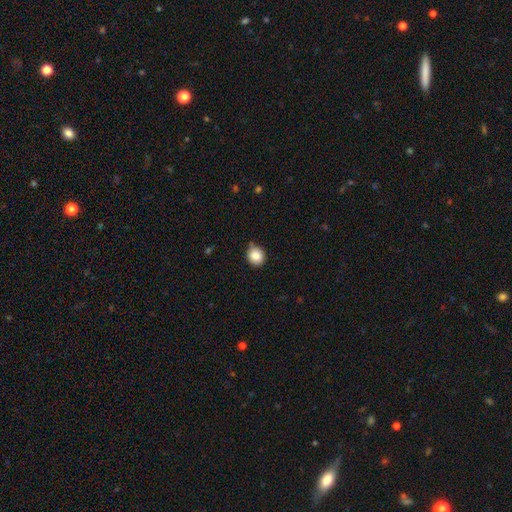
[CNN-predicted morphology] Smooth or featured? smooth (85%)
How rounded? round (82%)
Merging? none (74%)